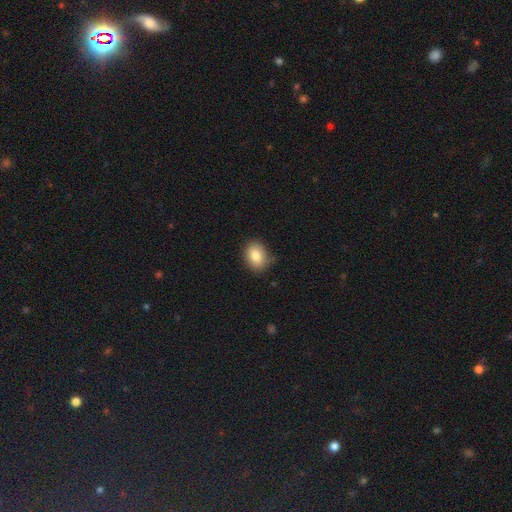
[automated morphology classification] smooth 84%, star or artifact 8%, featured or disk 8%. Down the decision tree: how rounded — in between (65%); merging — none (76%).